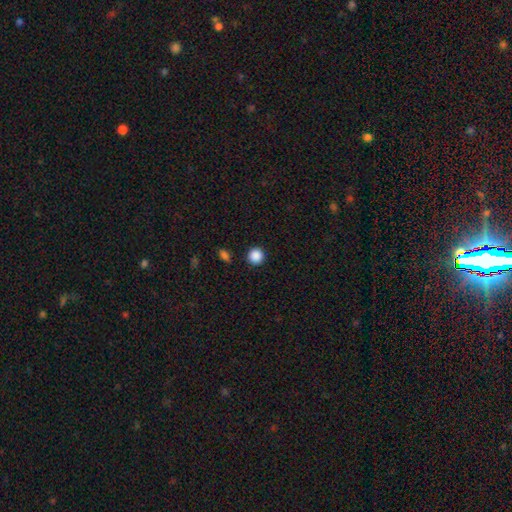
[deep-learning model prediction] This is clearly a smooth galaxy (88%). How rounded: clearly round (94%). Merging: clearly none (91%).